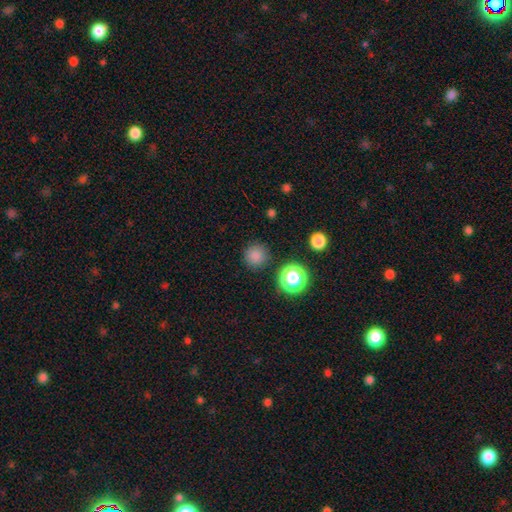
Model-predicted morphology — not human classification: smooth 80%, star or artifact 16%, featured or disk 4%. Down the decision tree: how rounded — round (94%); merging — none (87%).